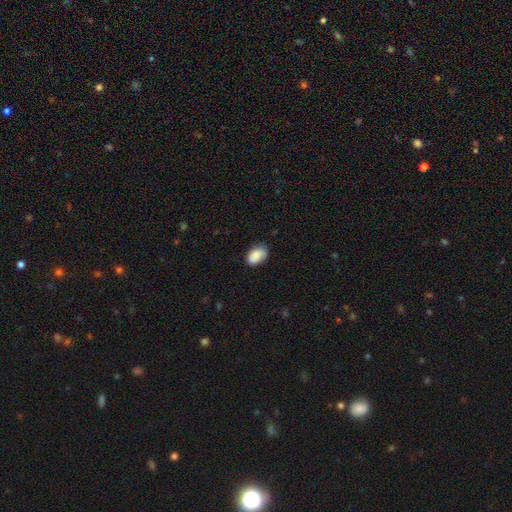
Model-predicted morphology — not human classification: Smooth or featured? Predicted: smooth (p=0.87). How rounded? Predicted: in between (p=0.90). Merging? Predicted: none (p=0.75).